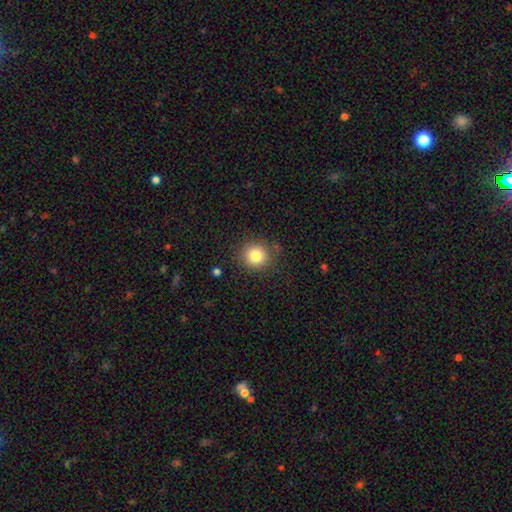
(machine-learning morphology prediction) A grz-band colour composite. It shows a smooth galaxy with no disk features (81%) that is round (89%). Merging: none (85%).